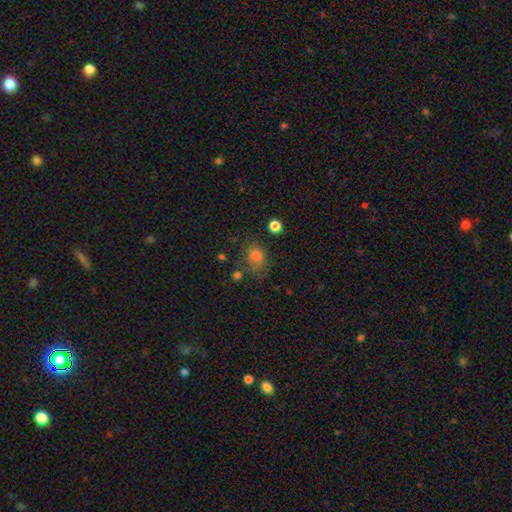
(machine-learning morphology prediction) Q: Smooth or featured?
A: smooth (69%); runner-up: star or artifact (21%)
Q: How rounded?
A: round (49%); tied with: in between (49%)
Q: Merging?
A: none (58%); runner-up: minor disturbance (23%)